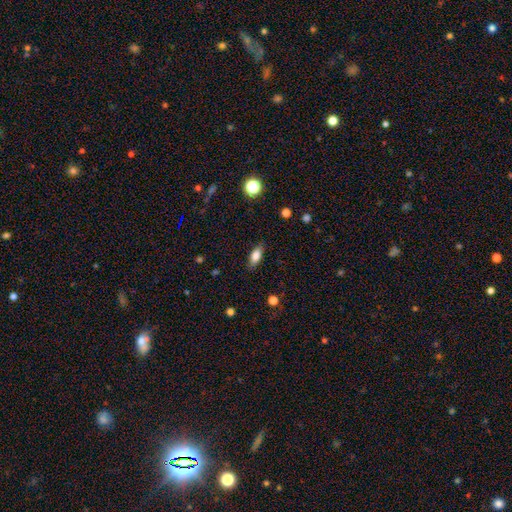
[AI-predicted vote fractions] A smooth galaxy with no disk features (82%) that is in between round and cigar-shaped (81%).

Vote fractions:
- Smooth or featured? smooth: 82% / featured or disk: 10% / star or artifact: 8%
- How rounded? in between: 81% / cigar-shaped: 16% / round: 4%
- Merging? none: 86% / minor disturbance: 11% / major disturbance: 3% / merger: 1%